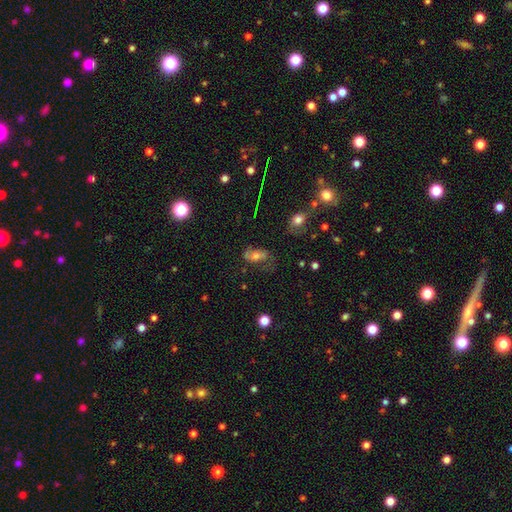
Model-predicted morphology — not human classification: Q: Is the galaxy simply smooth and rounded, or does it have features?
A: featured or disk — 43%.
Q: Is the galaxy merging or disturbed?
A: none — 47%.